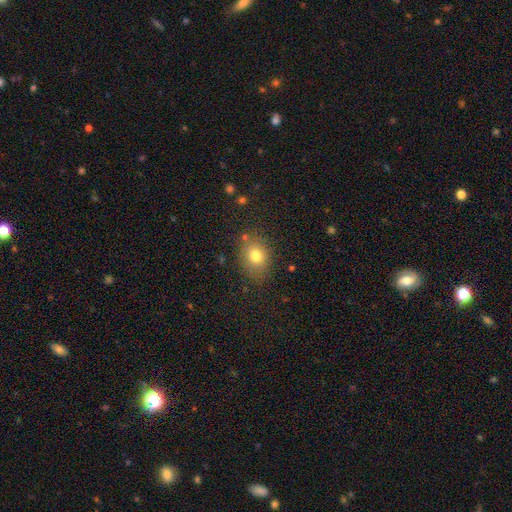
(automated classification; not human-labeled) Smooth or featured: smooth — 77% (star or artifact — 13%)
How rounded: in between — 51% (round — 48%)
Merging: none — 78% (minor disturbance — 14%)